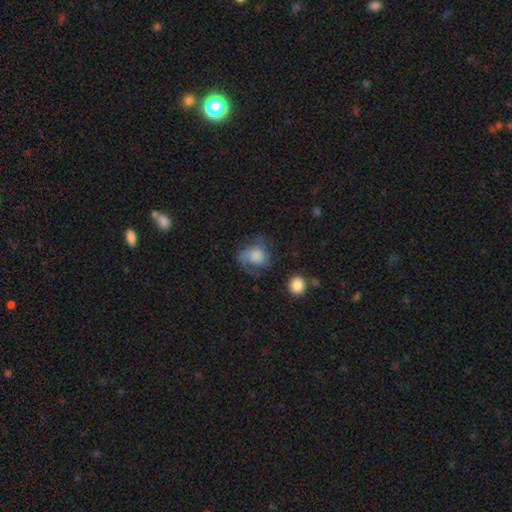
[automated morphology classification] smooth_or_featured: smooth (p=0.48) [alt: featured or disk p=0.43]
merging: none (p=0.44) [alt: major disturbance p=0.28]